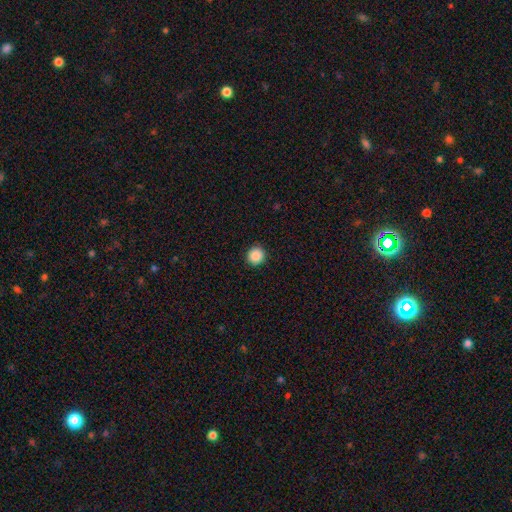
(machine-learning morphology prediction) This appears to be a smooth galaxy with no disk features (88%) that is round (94%). Merging: none (91%).